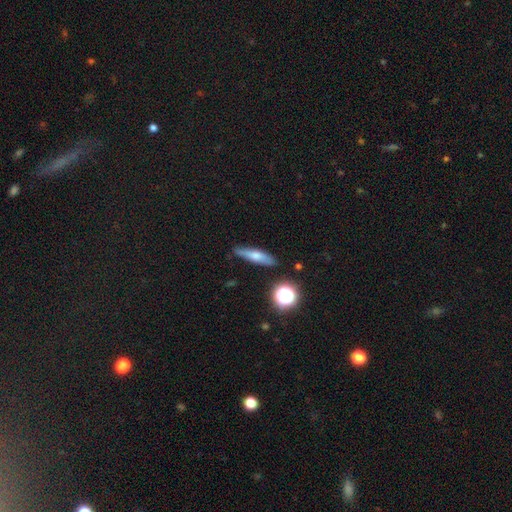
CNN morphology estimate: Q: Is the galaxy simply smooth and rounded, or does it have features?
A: smooth — 55%.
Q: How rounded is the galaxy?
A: cigar-shaped — 73%.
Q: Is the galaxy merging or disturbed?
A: none — 83%.